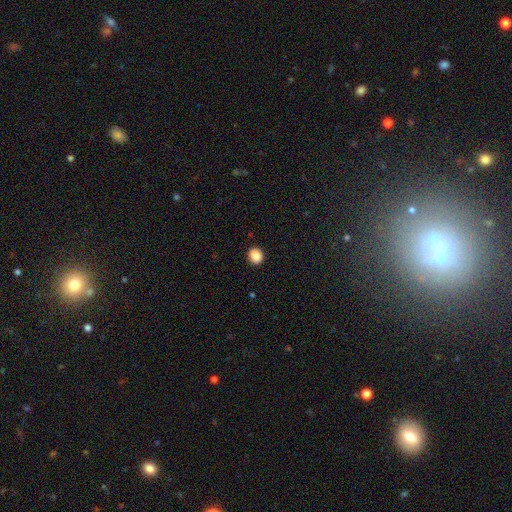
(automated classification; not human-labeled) Smooth or featured? Predicted: smooth (p=0.88). How rounded? Predicted: round (p=0.75). Merging? Predicted: none (p=0.92).